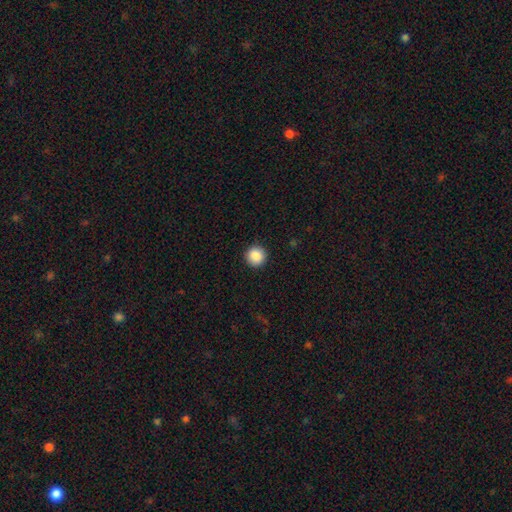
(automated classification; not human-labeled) Smooth or featured? smooth (88%)
How rounded? round (95%)
Merging? none (92%)